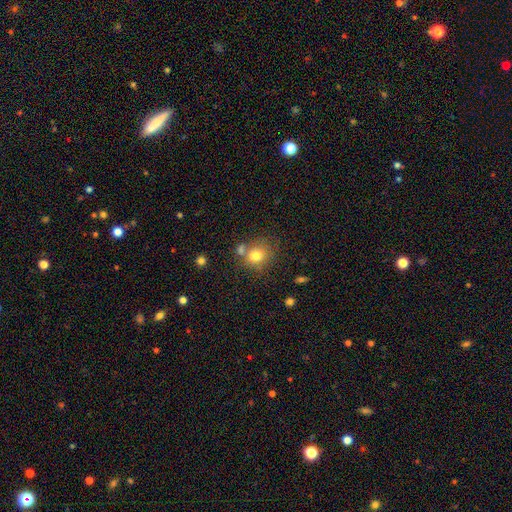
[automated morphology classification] smooth-or-featured: smooth: 77% | star or artifact: 12% | featured or disk: 11%
  how-rounded: round: 74% | in between: 25% | cigar-shaped: 1%
  merging: none: 59% | merger: 21% | minor disturbance: 14% | major disturbance: 5%